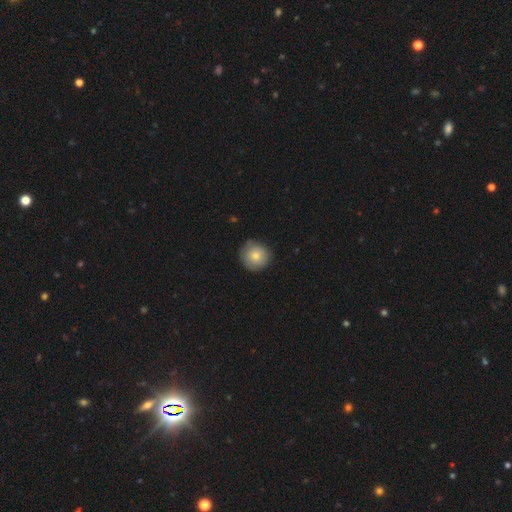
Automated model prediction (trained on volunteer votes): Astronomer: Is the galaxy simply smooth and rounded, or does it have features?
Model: smooth — 76%.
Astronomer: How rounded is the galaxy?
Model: round — 94%.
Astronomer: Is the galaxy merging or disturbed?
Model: none — 79%.